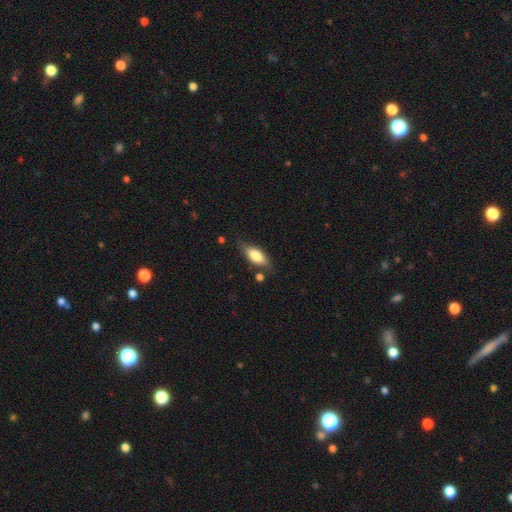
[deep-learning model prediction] Smooth or featured?
  - smooth: 74% *
  - featured or disk: 19%
  - star or artifact: 7%
How rounded?
  - in between: 80% *
  - cigar-shaped: 17%
  - round: 3%
Merging?
  - none: 69% *
  - minor disturbance: 21%
  - major disturbance: 6%
  - merger: 5%